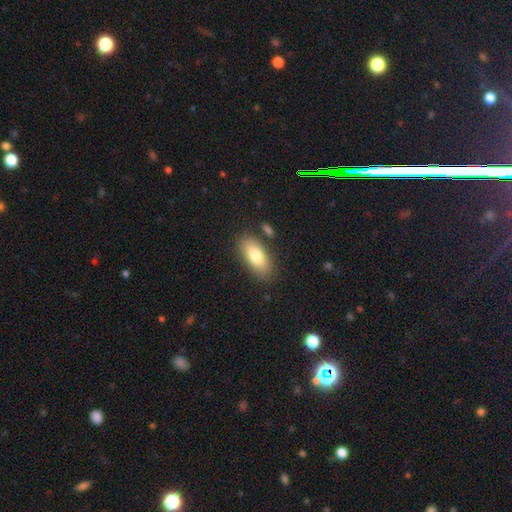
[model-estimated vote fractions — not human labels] This appears to be a smooth galaxy with no disk features (79%) that is in between round and cigar-shaped (86%). Merging: none (81%).